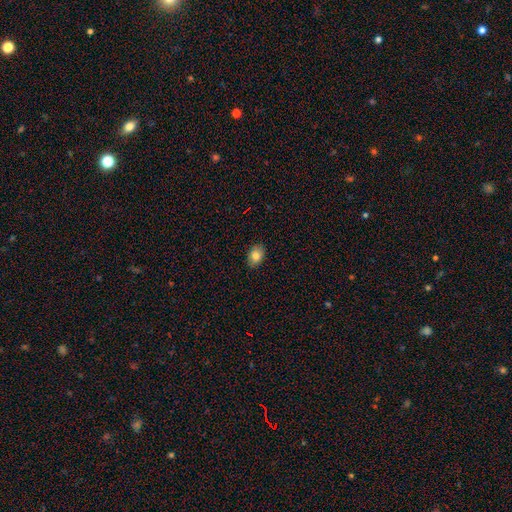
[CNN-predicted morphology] This is clearly a smooth galaxy (83%). How rounded: likely in between (76%). Merging: clearly none (88%).